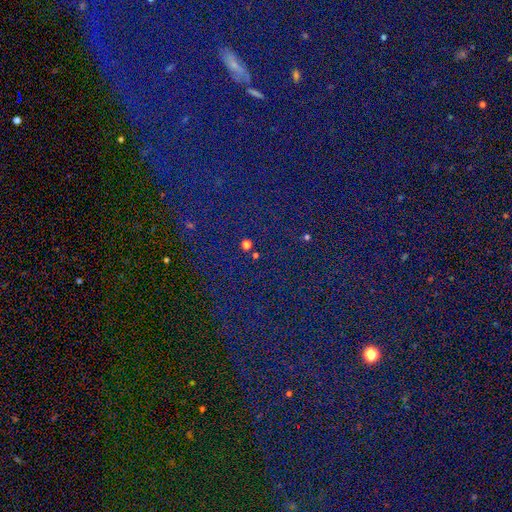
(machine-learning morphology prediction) Smooth or featured?
  - star or artifact: 78% *
  - smooth: 13%
  - featured or disk: 9%